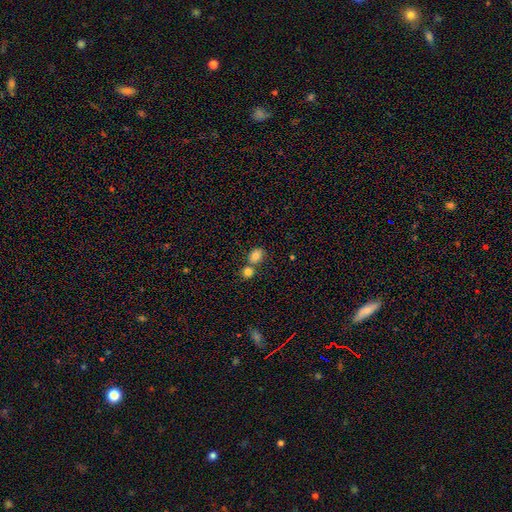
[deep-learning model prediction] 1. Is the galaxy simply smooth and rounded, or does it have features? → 81% smooth, 11% star or artifact, 9% featured or disk.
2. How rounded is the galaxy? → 57% in between, 41% round, 1% cigar-shaped.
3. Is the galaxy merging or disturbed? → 48% none, 40% merger, 9% minor disturbance, 3% major disturbance.